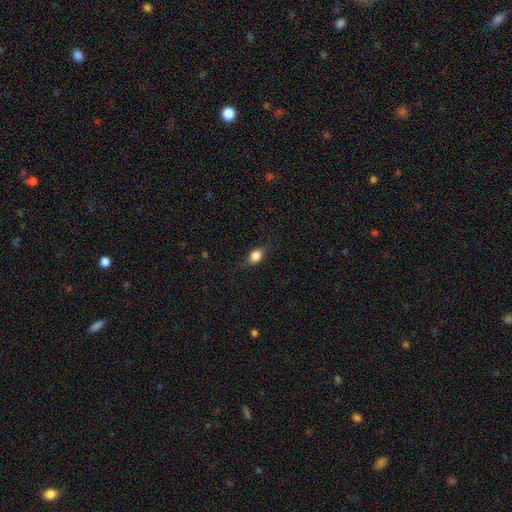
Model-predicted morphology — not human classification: Smooth or featured: smooth — 74% (featured or disk — 16%)
How rounded: in between — 62% (round — 32%)
Merging: none — 75% (minor disturbance — 18%)